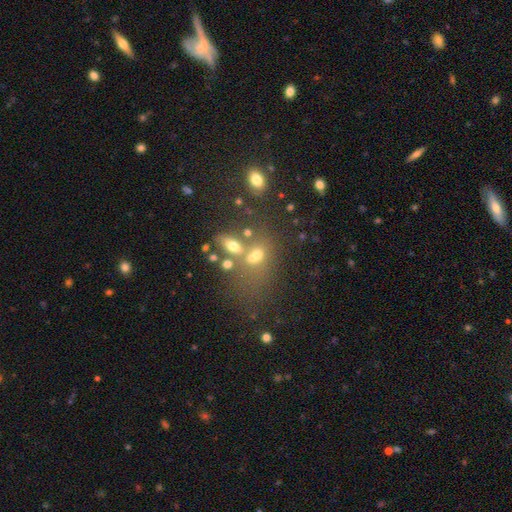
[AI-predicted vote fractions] This appears to be a smooth galaxy with no disk features (53%) that is in between round and cigar-shaped (70%). Merging: merger (43%).